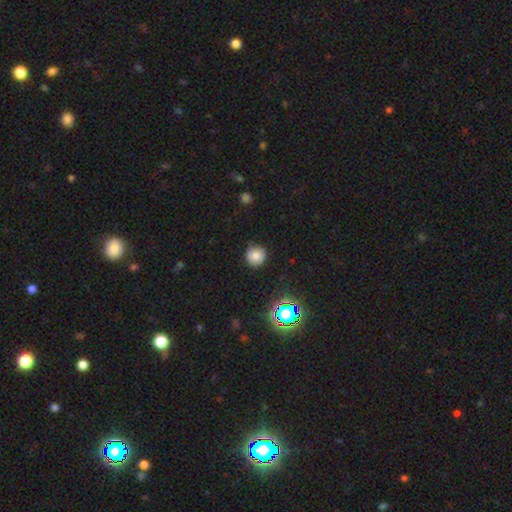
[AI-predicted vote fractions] Q: Smooth or featured?
A: smooth (78%); runner-up: star or artifact (14%)
Q: How rounded?
A: round (93%); runner-up: in between (6%)
Q: Merging?
A: none (85%); runner-up: minor disturbance (11%)